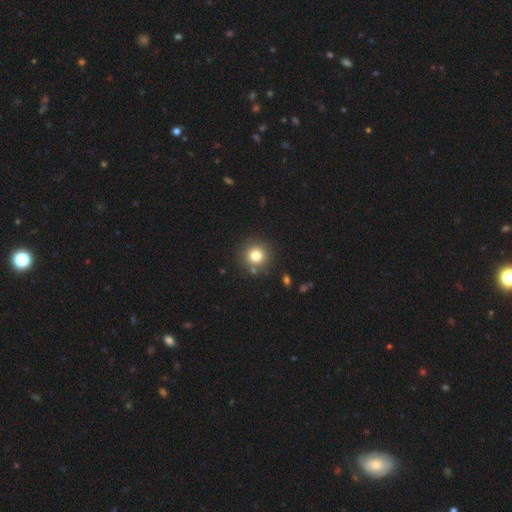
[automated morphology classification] Q: Smooth or featured?
A: smooth (79%); runner-up: star or artifact (12%)
Q: How rounded?
A: round (94%); runner-up: in between (5%)
Q: Merging?
A: none (86%); runner-up: minor disturbance (7%)